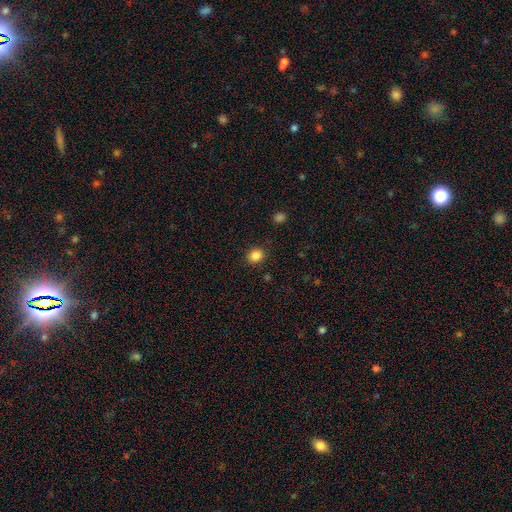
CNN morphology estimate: smooth_or_featured: smooth (p=0.85) [alt: star or artifact p=0.11]
how_rounded: round (p=0.74) [alt: in between p=0.25]
merging: none (p=0.87) [alt: minor disturbance p=0.08]